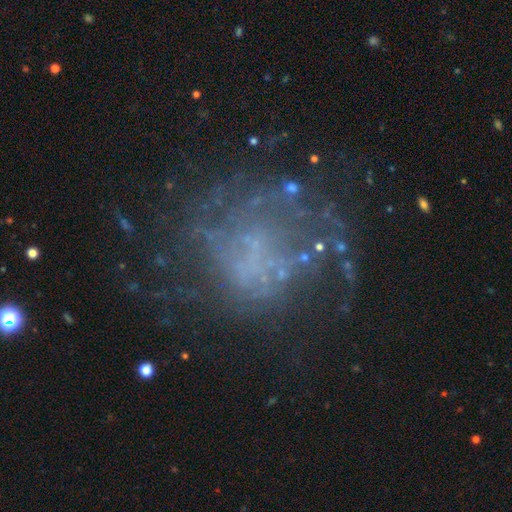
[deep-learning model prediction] This appears to be a featured or disk galaxy (60%) with no bar (83%), no spiral arms (63%) and no central bulge (74%). Merging: none (52%).